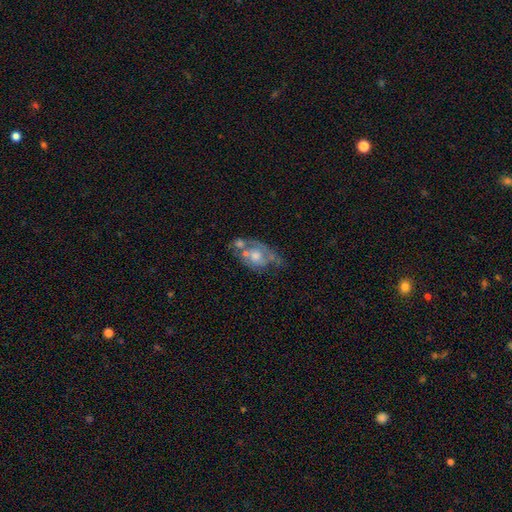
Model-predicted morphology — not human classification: The model was most divided on "merging": none: 32%, merger: 27%, minor disturbance: 23%, major disturbance: 19%. More confident: edge-on disk — no (94%); bar — no (81%); smooth or featured — featured or disk (66%); bulge size — moderate (59%); spiral arms — yes (54%).